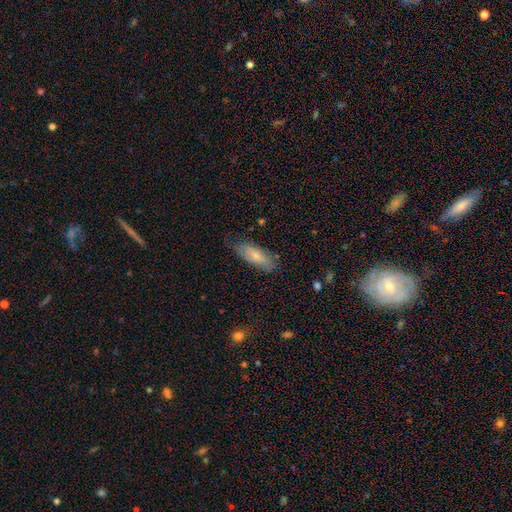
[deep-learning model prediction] Morphology: type=smooth (69%); roundness=in between (73%); merging=none (72%).